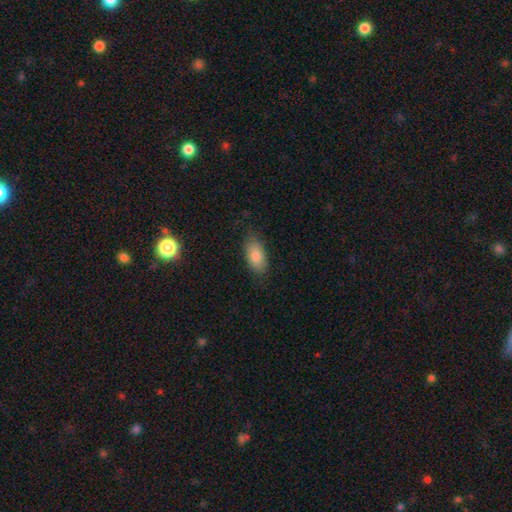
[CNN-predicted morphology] Overall: smooth (82%). How rounded: in between (91%). Merging: none (79%).